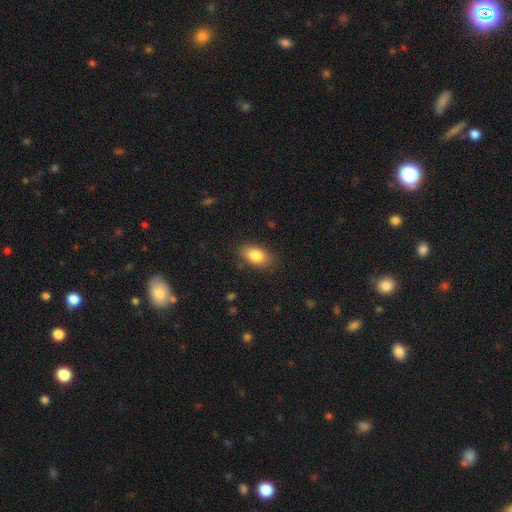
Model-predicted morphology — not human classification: Overall: smooth (83%). How rounded: in between (91%). Merging: none (83%).